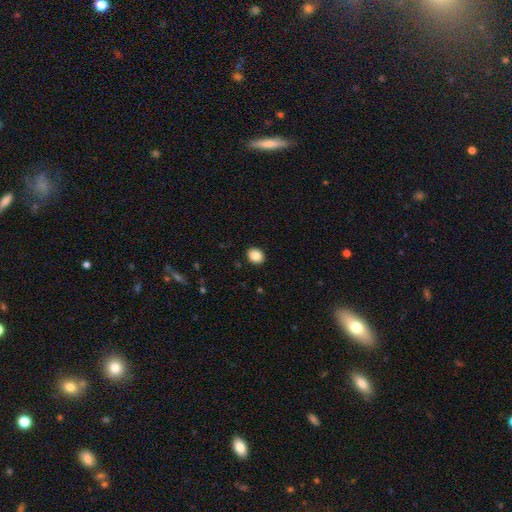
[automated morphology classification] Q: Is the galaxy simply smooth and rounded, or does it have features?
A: smooth — 87%.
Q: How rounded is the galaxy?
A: round — 52%.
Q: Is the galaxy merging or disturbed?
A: none — 91%.